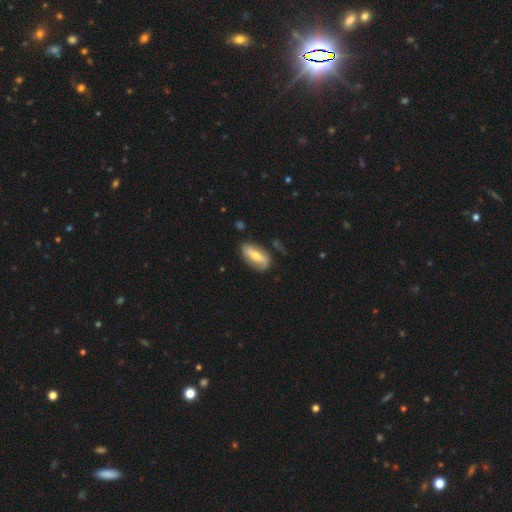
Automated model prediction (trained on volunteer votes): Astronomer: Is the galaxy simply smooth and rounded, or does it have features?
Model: featured or disk — 64%.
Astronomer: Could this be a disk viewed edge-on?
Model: no — 89%.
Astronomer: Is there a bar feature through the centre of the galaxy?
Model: strong — 38% (runner-up: no, 32%).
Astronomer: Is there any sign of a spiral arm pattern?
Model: yes — 79%.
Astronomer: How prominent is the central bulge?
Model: moderate — 59% (runner-up: small, 36%).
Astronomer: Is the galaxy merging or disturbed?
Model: none — 70%.